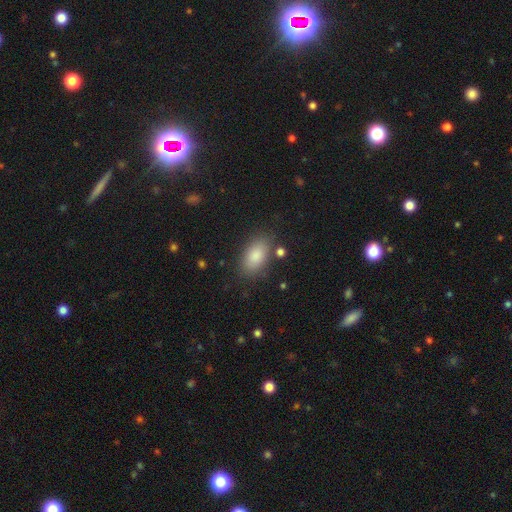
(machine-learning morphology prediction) Smooth or featured? Predicted: smooth (p=0.85). How rounded? Predicted: in between (p=0.91). Merging? Predicted: none (p=0.79).